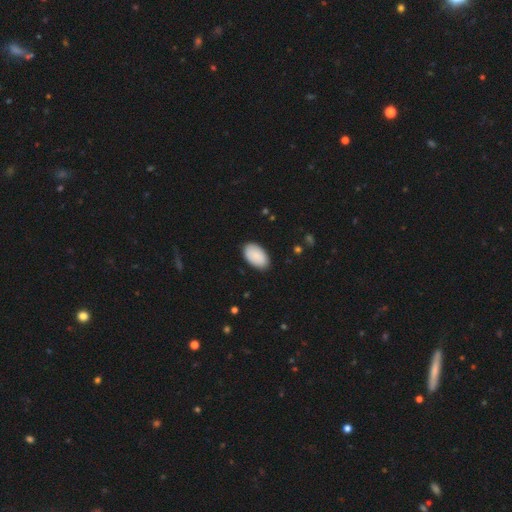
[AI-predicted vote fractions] Morphology: type=smooth (90%); roundness=in between (95%); merging=none (88%).